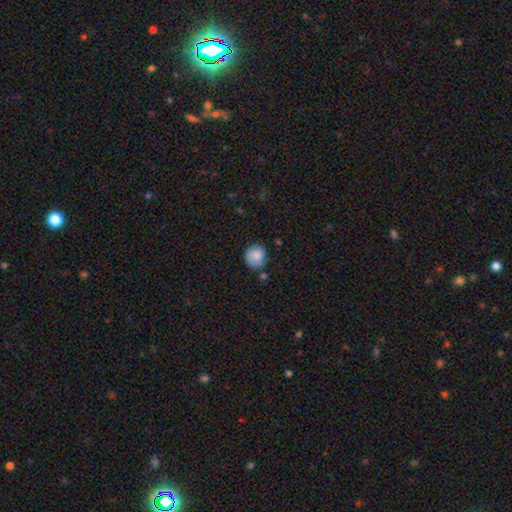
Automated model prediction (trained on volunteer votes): A smooth galaxy with no disk features (83%) that is round (85%).

Vote fractions:
- Smooth or featured? smooth: 83% / featured or disk: 10% / star or artifact: 8%
- How rounded? round: 85% / in between: 14% / cigar-shaped: 1%
- Merging? none: 67% / minor disturbance: 22% / merger: 6% / major disturbance: 5%